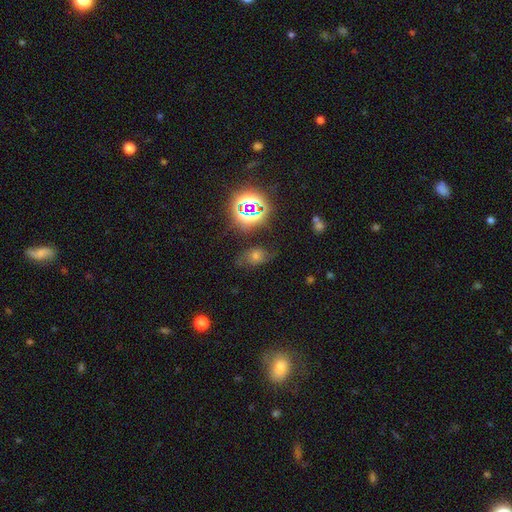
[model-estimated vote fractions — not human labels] Smooth or featured? Predicted: smooth (p=0.37). Merging? Predicted: none (p=0.64).